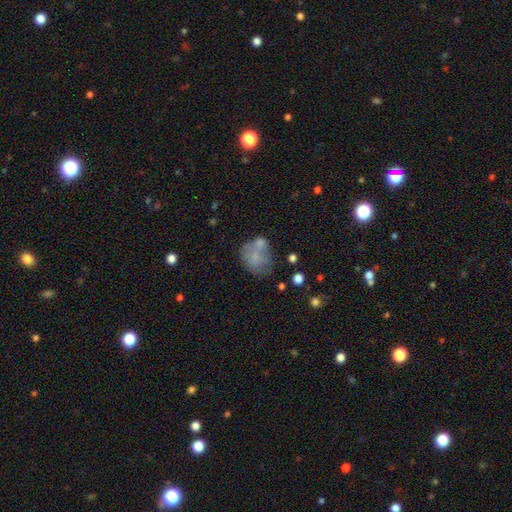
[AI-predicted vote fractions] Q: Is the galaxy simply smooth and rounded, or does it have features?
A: smooth — 63%.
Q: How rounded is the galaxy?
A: round — 54%.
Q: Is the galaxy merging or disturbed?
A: none — 37%.